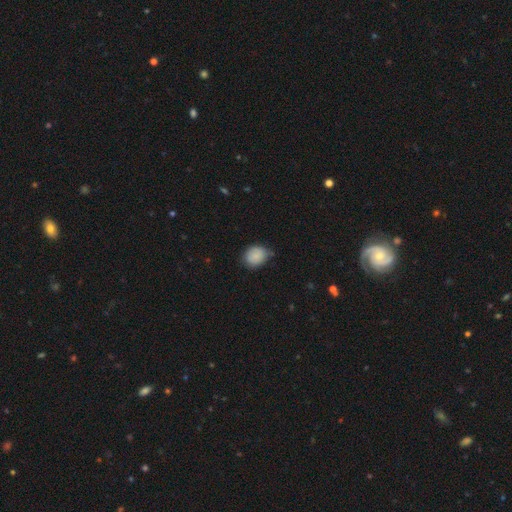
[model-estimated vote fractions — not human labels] smooth_or_featured: smooth (p=0.84) [alt: star or artifact p=0.08]
how_rounded: round (p=0.54) [alt: in between p=0.45]
merging: none (p=0.60) [alt: minor disturbance p=0.32]